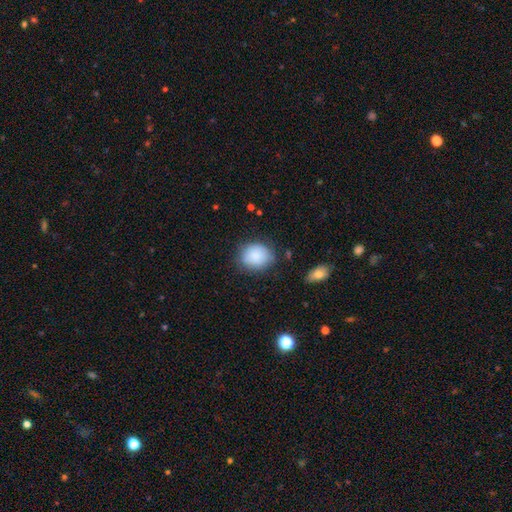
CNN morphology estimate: smooth 87%, star or artifact 7%, featured or disk 6%. Down the decision tree: how rounded — round (58%); merging — none (75%).